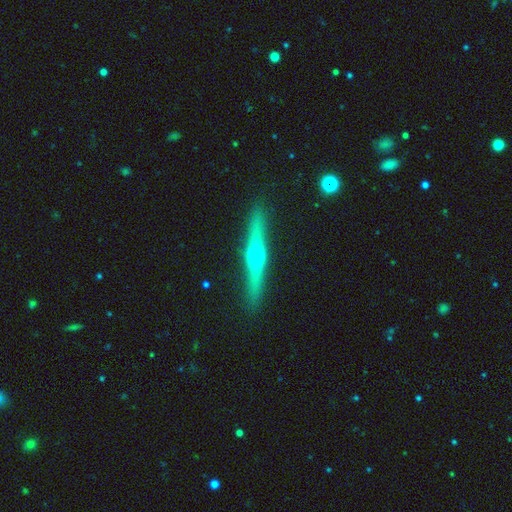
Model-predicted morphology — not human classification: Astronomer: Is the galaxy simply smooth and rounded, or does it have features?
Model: featured or disk — 74%.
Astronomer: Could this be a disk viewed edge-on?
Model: yes — 97%.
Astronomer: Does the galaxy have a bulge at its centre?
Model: rounded — 92%.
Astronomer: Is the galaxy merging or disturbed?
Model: none — 90%.